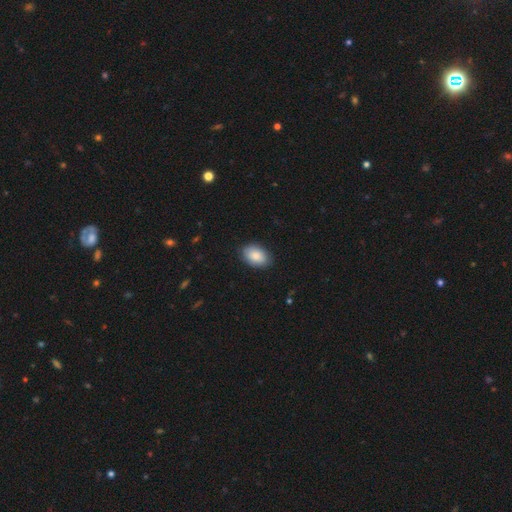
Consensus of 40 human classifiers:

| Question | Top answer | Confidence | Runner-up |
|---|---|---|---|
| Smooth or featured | smooth | 85% | featured or disk (12%) |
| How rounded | in between | 97% | round (3%) |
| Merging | none | 77% | minor disturbance (21%) |